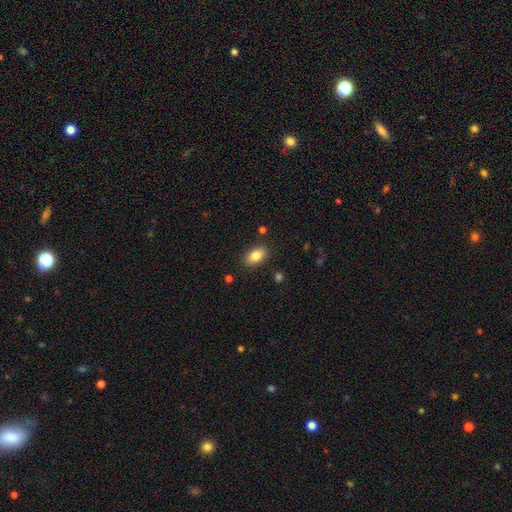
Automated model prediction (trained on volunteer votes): Smooth or featured? smooth (84%)
How rounded? in between (90%)
Merging? none (86%)